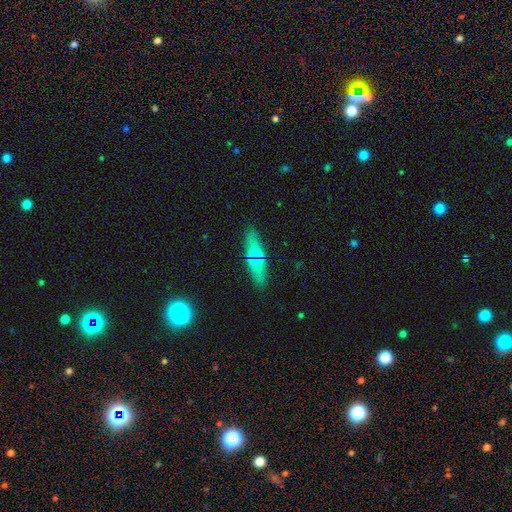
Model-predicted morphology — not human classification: smooth-or-featured: smooth: 63% | featured or disk: 24% | star or artifact: 14%
  how-rounded: cigar-shaped: 57% | in between: 39% | round: 4%
  merging: none: 89% | minor disturbance: 8% | major disturbance: 2% | merger: 2%